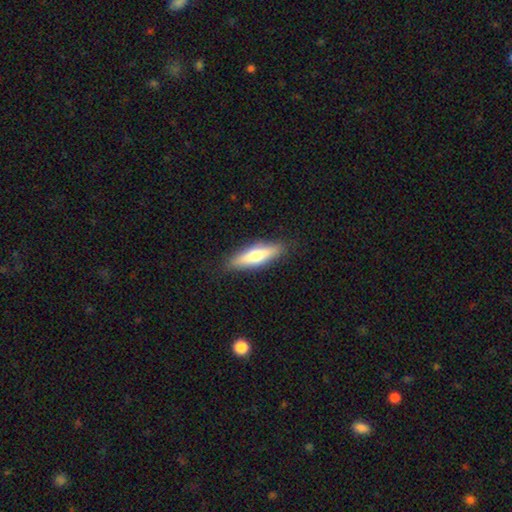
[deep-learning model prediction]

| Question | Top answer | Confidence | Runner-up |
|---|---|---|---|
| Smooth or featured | smooth | 58% | featured or disk (36%) |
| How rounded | cigar-shaped | 70% | in between (29%) |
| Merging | none | 88% | minor disturbance (9%) |